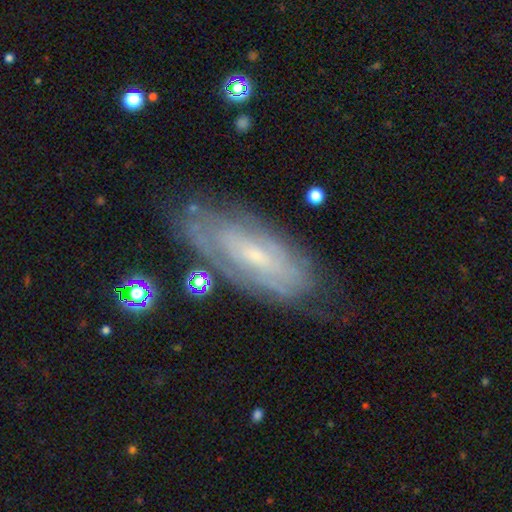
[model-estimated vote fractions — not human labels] smooth_or_featured: featured or disk (p=0.69) [alt: smooth p=0.23]
disk_edge_on: no (p=0.84) [alt: yes p=0.16]
bar: no (p=0.56) [alt: weak p=0.35]
has_spiral_arms: yes (p=0.75) [alt: no p=0.25]
bulge_size: small (p=0.70) [alt: moderate p=0.23]
merging: none (p=0.72) [alt: minor disturbance p=0.20]